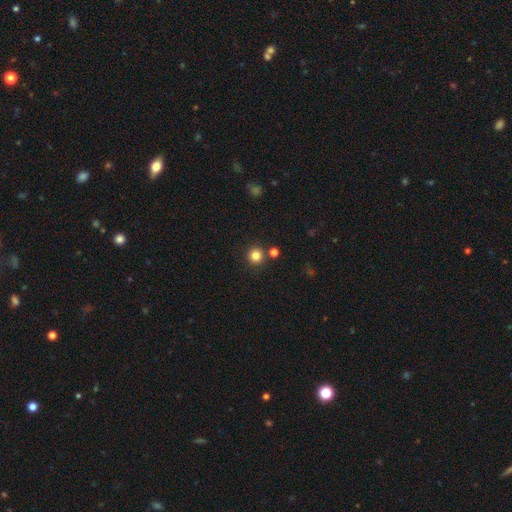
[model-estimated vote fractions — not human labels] smooth_or_featured: smooth (p=0.83) [alt: star or artifact p=0.12]
how_rounded: round (p=0.94) [alt: in between p=0.05]
merging: none (p=0.84) [alt: merger p=0.07]